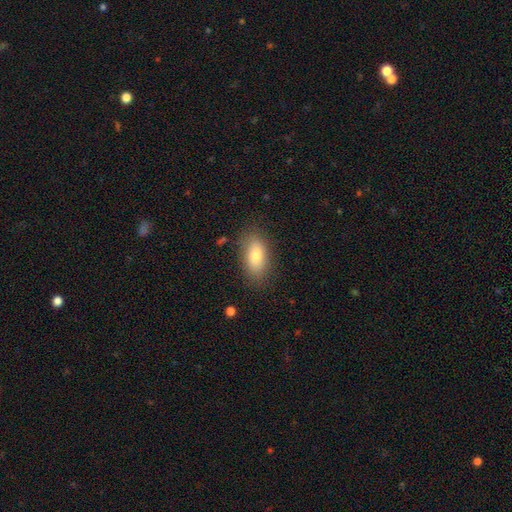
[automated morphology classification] Smooth or featured? Predicted: smooth (p=0.74). How rounded? Predicted: in between (p=0.88). Merging? Predicted: none (p=0.83).